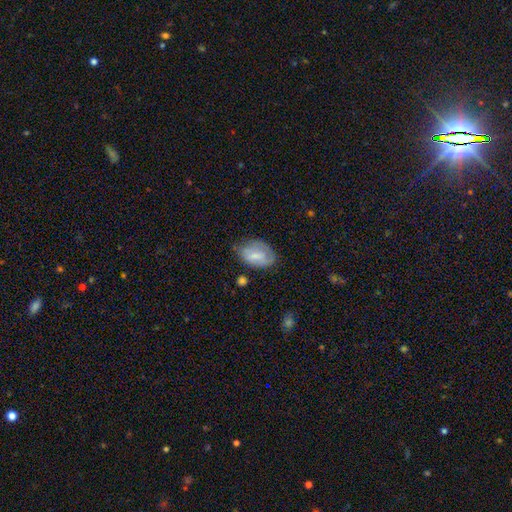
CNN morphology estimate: smooth_or_featured: smooth (p=0.64) [alt: featured or disk p=0.29]
how_rounded: in between (p=0.88) [alt: round p=0.11]
merging: none (p=0.54) [alt: minor disturbance p=0.33]